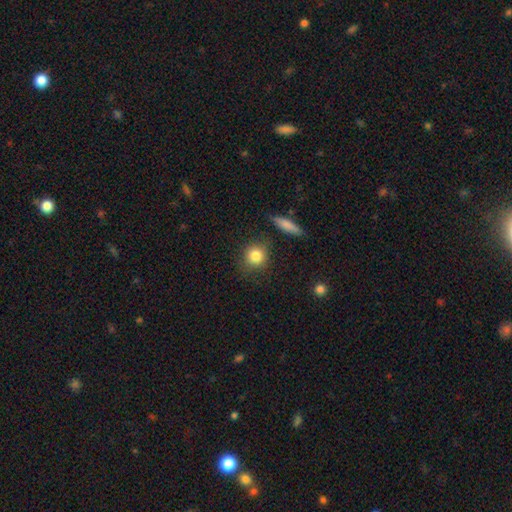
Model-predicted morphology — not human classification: A smooth galaxy with no disk features (84%) that is round (84%). Merging: none (83%).